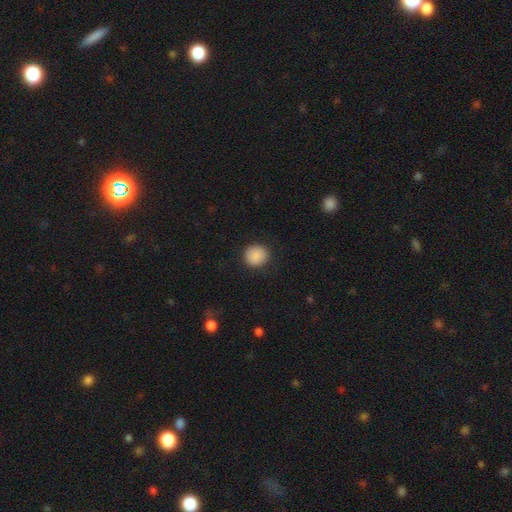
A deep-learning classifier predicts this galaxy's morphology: Smooth or featured? Predicted: smooth (p=0.89). How rounded? Predicted: round (p=0.89). Merging? Predicted: none (p=0.89).